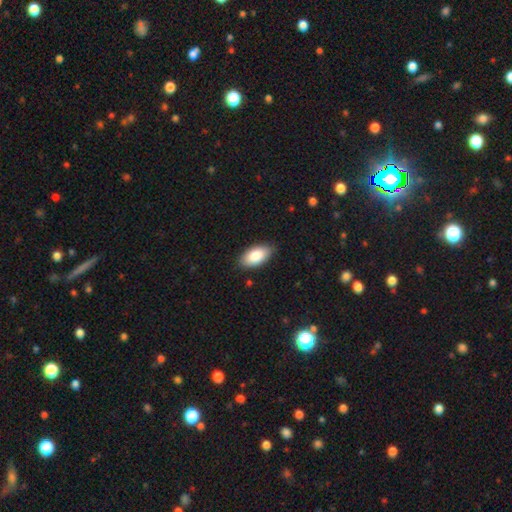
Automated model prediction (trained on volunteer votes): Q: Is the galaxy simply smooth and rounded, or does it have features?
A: smooth — 87%.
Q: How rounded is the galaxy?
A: in between — 94%.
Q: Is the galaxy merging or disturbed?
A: none — 84%.